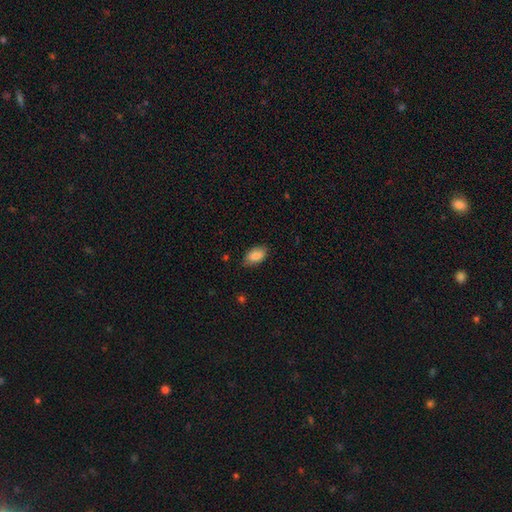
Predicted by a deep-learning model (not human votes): The model was most divided on "merging": none: 79%, minor disturbance: 17%, major disturbance: 3%, merger: 1%. More confident: how rounded — in between (92%); smooth or featured — smooth (84%).